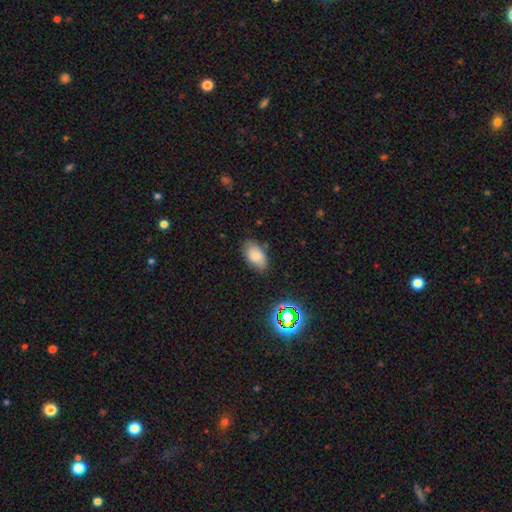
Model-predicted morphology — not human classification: smooth-or-featured: smooth: 81% | star or artifact: 11% | featured or disk: 8%
  how-rounded: in between: 92% | round: 6% | cigar-shaped: 2%
  merging: none: 78% | minor disturbance: 17% | major disturbance: 3% | merger: 2%